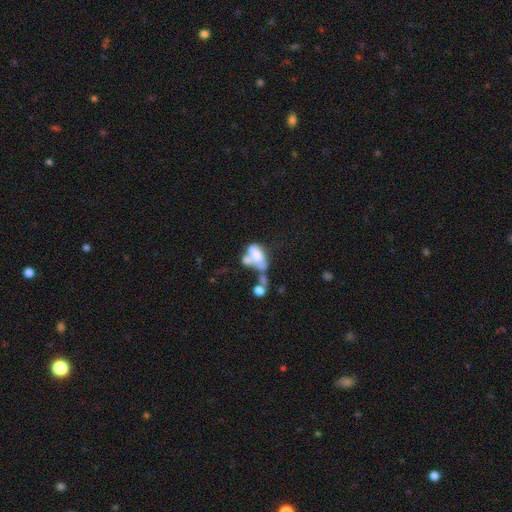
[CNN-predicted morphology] A smooth galaxy with no disk features (50%). Merging: merger (53%).